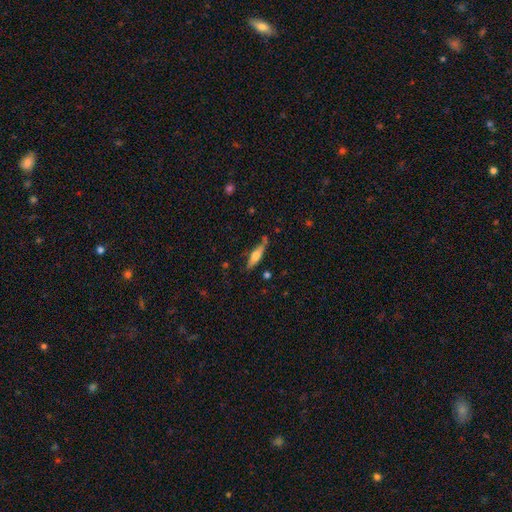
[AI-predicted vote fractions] Morphology: type=smooth (48%); merging=none (71%).